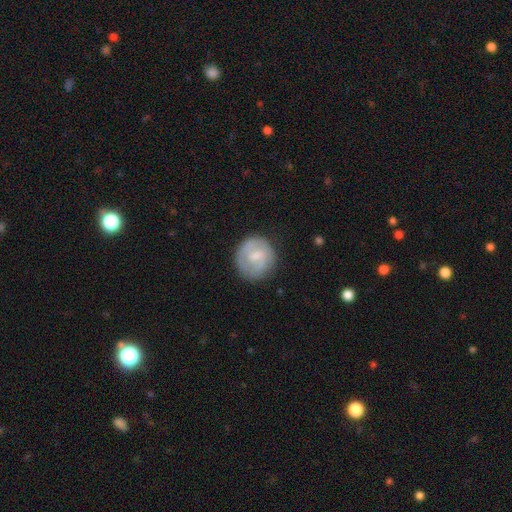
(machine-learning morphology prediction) A smooth galaxy with no disk features (48%). Merging: none (76%).